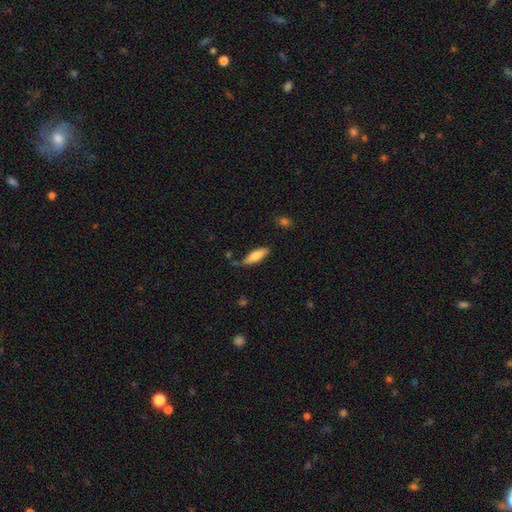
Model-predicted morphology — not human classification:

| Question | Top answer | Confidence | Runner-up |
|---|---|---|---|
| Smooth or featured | smooth | 76% | featured or disk (18%) |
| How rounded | in between | 51% | cigar-shaped (47%) |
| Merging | none | 75% | minor disturbance (18%) |